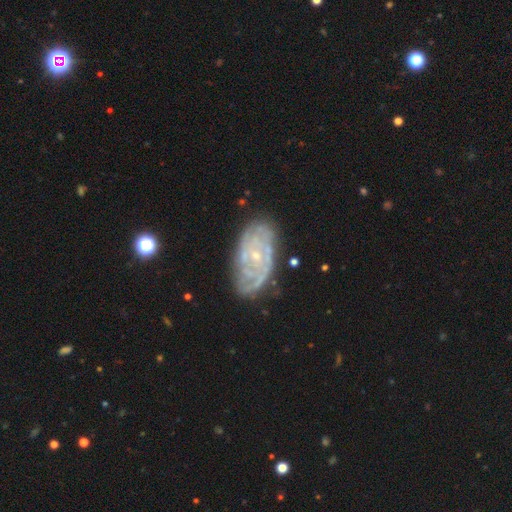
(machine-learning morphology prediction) smooth_or_featured: featured or disk (p=0.81) [alt: smooth p=0.12]
disk_edge_on: no (p=0.95) [alt: yes p=0.05]
bar: no (p=0.76) [alt: weak p=0.20]
has_spiral_arms: yes (p=0.91) [alt: no p=0.09]
spiral_winding: tight (p=0.72) [alt: medium p=0.22]
spiral_arm_count: can't tell (p=0.41) [alt: 2 p=0.22]
bulge_size: small (p=0.79) [alt: moderate p=0.17]
merging: none (p=0.74) [alt: minor disturbance p=0.18]